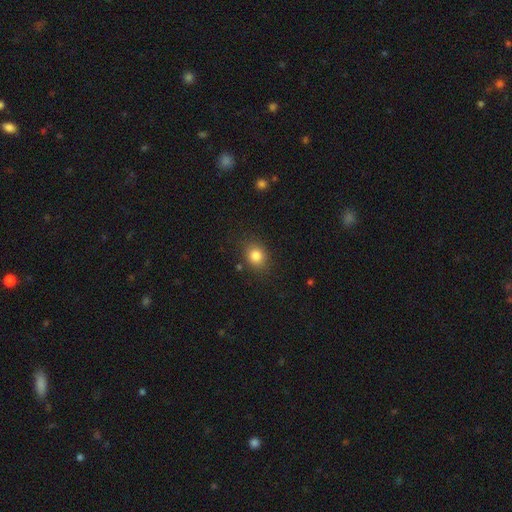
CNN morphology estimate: Overall: smooth (82%). How rounded: round (59%; in between 40%). Merging: none (83%).